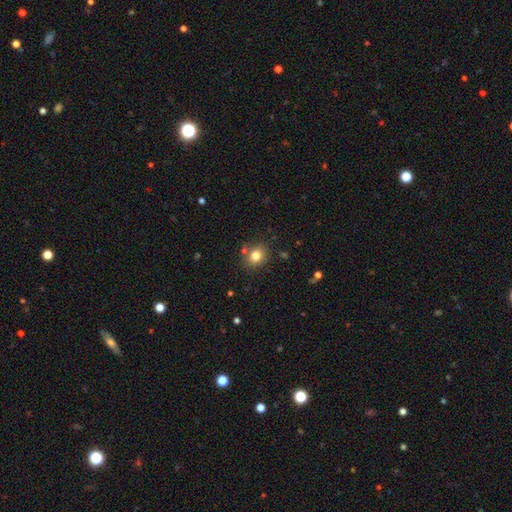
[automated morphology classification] A smooth galaxy with no disk features (80%) that is round (64%). Merging: none (78%).